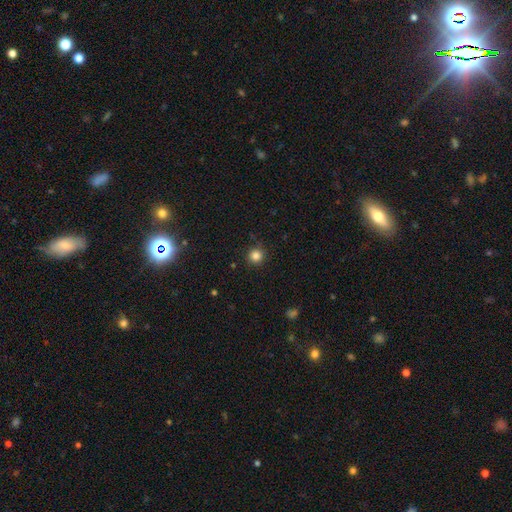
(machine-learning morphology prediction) Smooth or featured?
  - smooth: 83% *
  - star or artifact: 13%
  - featured or disk: 4%
How rounded?
  - round: 94% *
  - in between: 5%
  - cigar-shaped: 1%
Merging?
  - none: 88% *
  - minor disturbance: 8%
  - major disturbance: 2%
  - merger: 1%